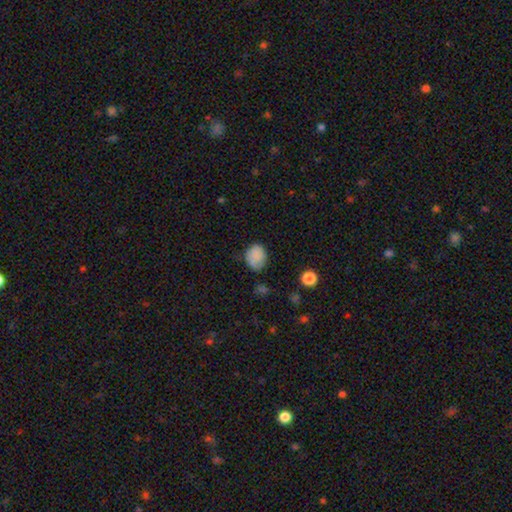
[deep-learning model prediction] This is clearly a smooth galaxy (83%). How rounded: possibly round (55%). Merging: likely none (63%).